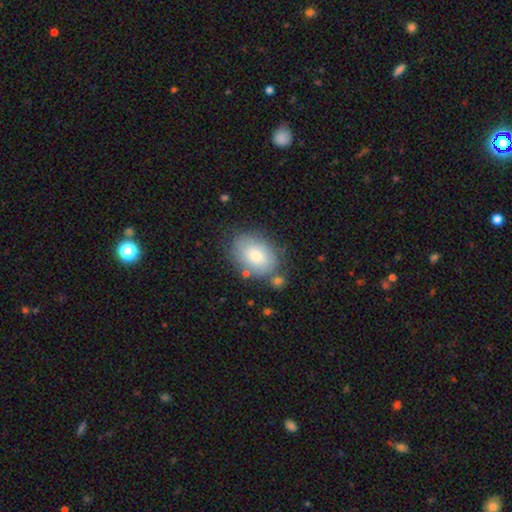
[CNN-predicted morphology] smooth 73%, featured or disk 19%, star or artifact 8%. Down the decision tree: how rounded — in between (77%); merging — none (72%).